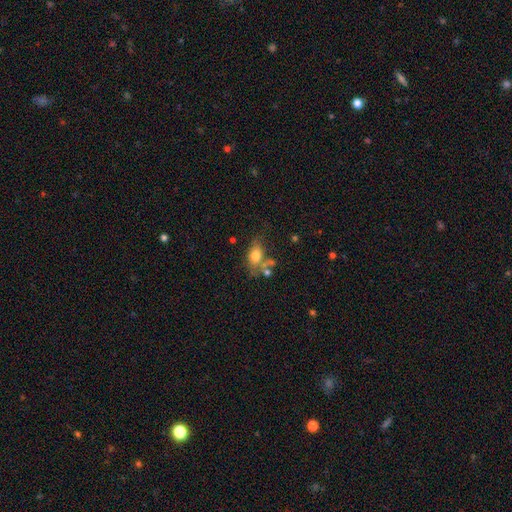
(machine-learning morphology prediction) The model was most divided on "merging": none: 45%, minor disturbance: 22%, merger: 20%, major disturbance: 12%. More confident: how rounded — in between (82%); smooth or featured — smooth (72%).